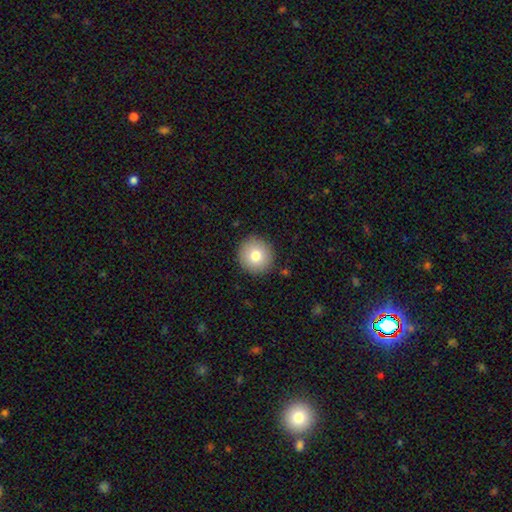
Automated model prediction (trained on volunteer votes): Smooth or featured? smooth (79%)
How rounded? round (94%)
Merging? none (90%)